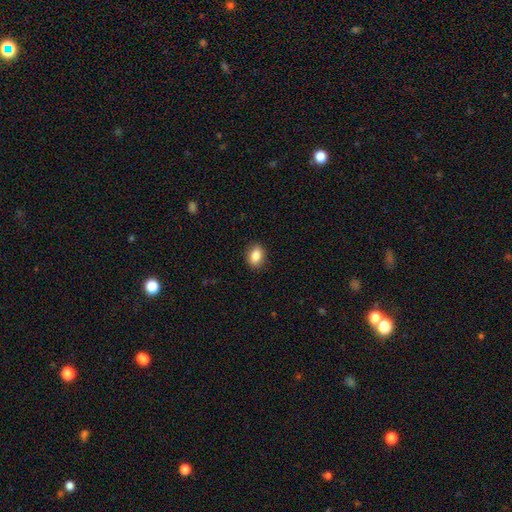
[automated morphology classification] smooth 86%, star or artifact 9%, featured or disk 5%. Down the decision tree: how rounded — in between (72%); merging — none (88%).